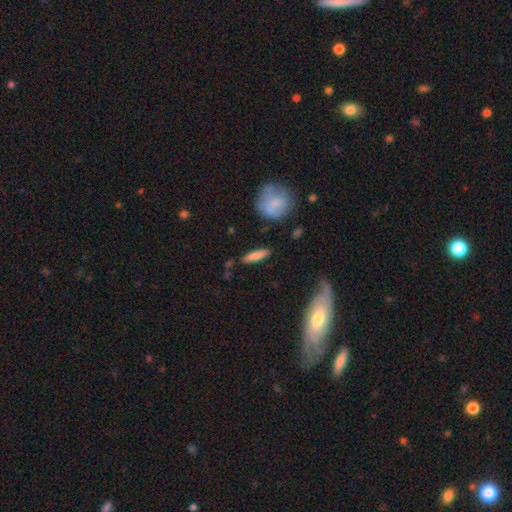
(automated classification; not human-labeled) Smooth or featured? Predicted: smooth (p=0.77). How rounded? Predicted: cigar-shaped (p=0.70). Merging? Predicted: none (p=0.83).